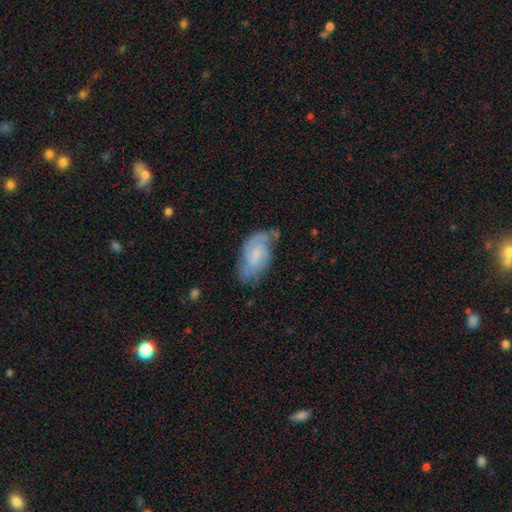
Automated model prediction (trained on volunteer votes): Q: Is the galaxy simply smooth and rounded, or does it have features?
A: featured or disk — 63%.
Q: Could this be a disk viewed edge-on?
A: no — 96%.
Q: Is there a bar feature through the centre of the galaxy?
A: no — 50%.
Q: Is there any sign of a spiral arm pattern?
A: yes — 86%.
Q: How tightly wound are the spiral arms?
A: medium — 45%.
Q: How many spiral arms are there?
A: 2 — 55%.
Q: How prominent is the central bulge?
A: small — 47%.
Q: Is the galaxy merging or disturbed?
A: none — 55%.